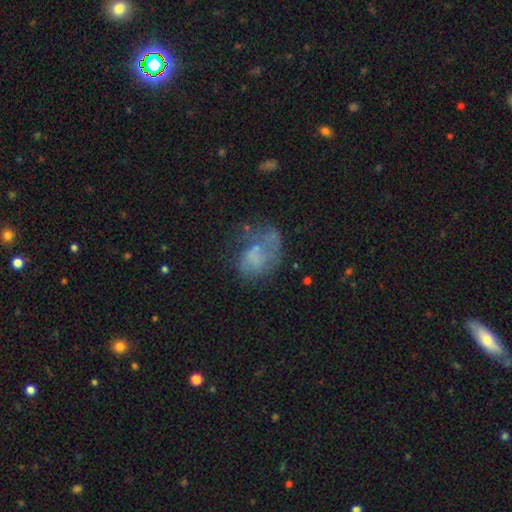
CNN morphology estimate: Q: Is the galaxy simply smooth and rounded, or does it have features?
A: featured or disk — 45%.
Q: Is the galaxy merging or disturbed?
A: major disturbance — 36%.